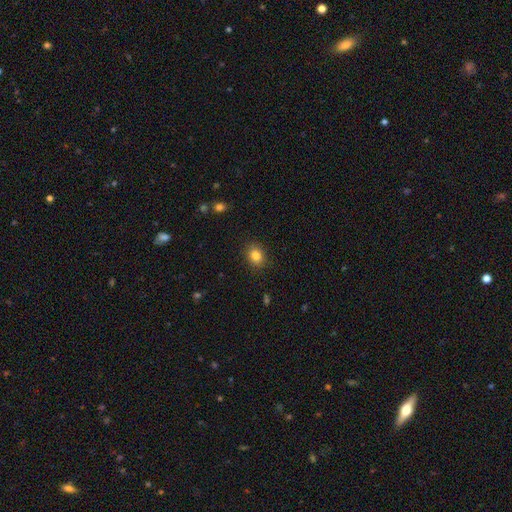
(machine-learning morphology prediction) Smooth or featured: smooth — 83% (star or artifact — 10%)
How rounded: round — 51% (in between — 48%)
Merging: none — 89% (minor disturbance — 8%)